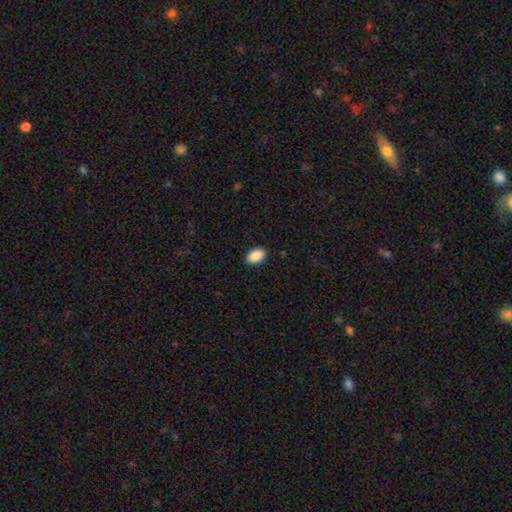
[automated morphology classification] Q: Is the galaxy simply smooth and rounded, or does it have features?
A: smooth — 90%.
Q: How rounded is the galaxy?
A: in between — 89%.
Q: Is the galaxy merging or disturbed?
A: none — 90%.